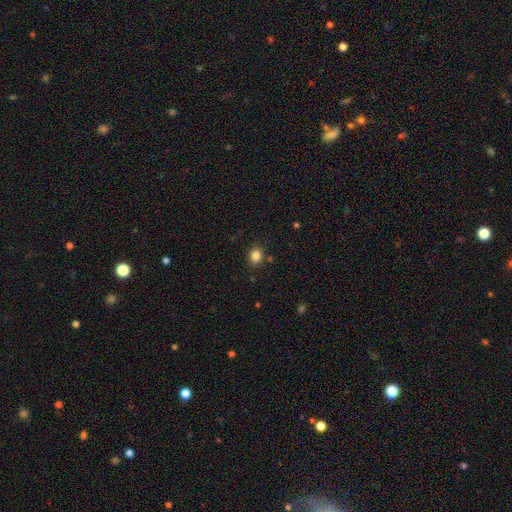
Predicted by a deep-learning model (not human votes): Morphology: type=smooth (83%); roundness=in between (52%); merging=none (84%).